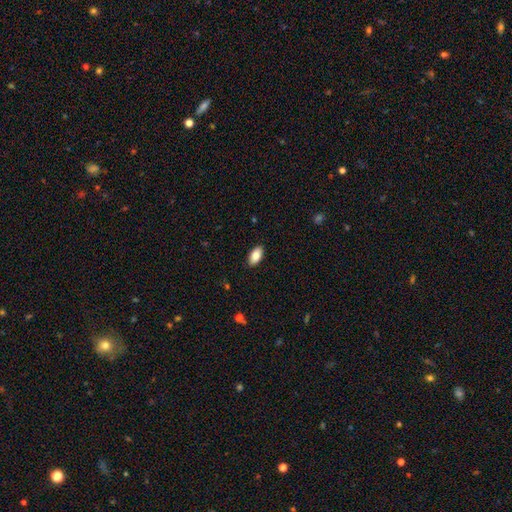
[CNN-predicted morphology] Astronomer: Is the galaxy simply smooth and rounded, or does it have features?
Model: smooth — 83%.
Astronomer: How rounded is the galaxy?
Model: in between — 93%.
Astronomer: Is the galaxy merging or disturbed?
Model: none — 89%.